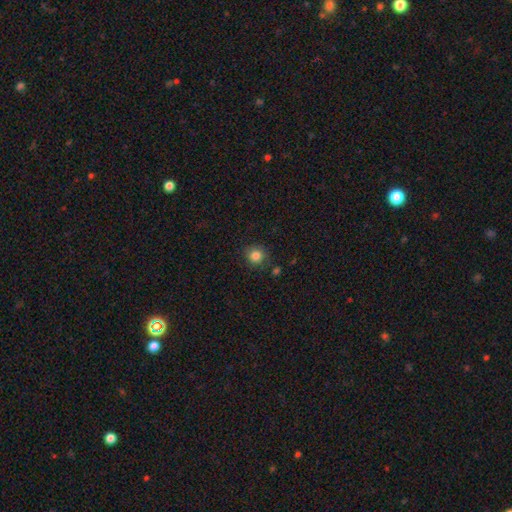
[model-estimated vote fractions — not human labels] Overall: smooth (84%). How rounded: round (88%). Merging: none (82%).